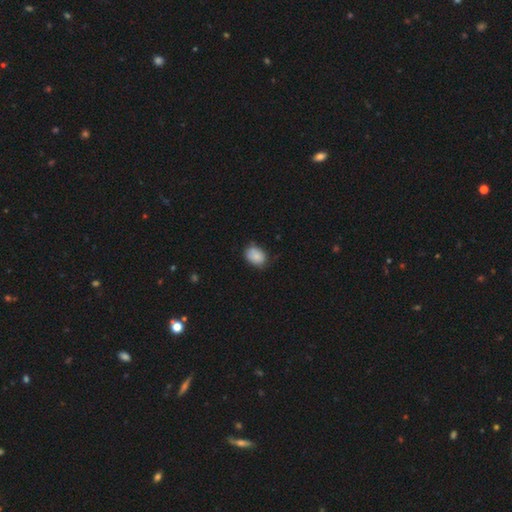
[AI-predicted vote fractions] This is clearly a smooth galaxy (85%). How rounded: likely in between (71%). Merging: likely none (67%).